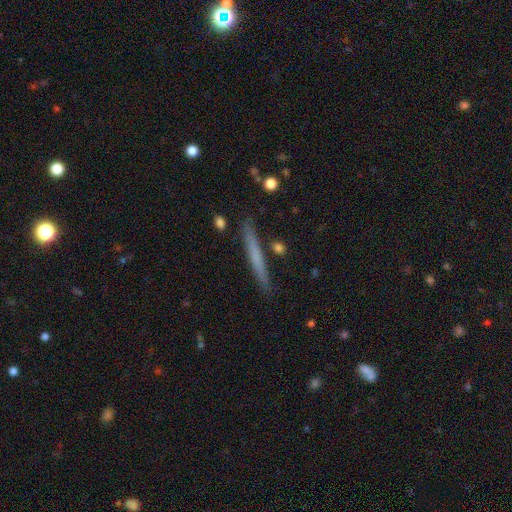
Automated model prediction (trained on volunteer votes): Smooth or featured? smooth (58%)
How rounded? cigar-shaped (97%)
Merging? none (89%)